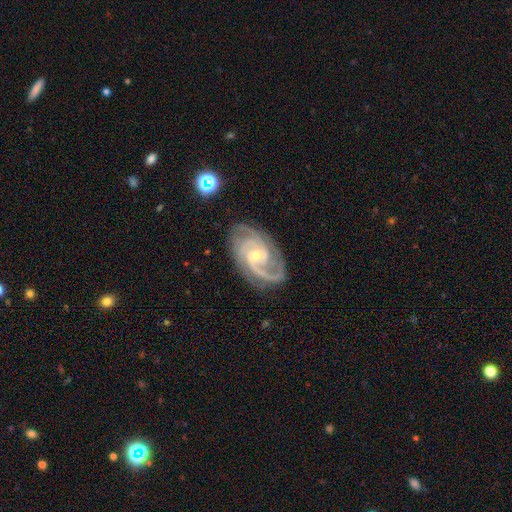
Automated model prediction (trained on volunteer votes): Overall: featured or disk (92%). Edge-on disk: no (97%). Bar: no (56%; weak 35%). Spiral arms: yes (98%). Spiral arm count: 3 (40%; 2 31%). Spiral winding: tight (49%; medium 44%). Bulge size: small (58%; moderate 39%). Merging: none (78%).